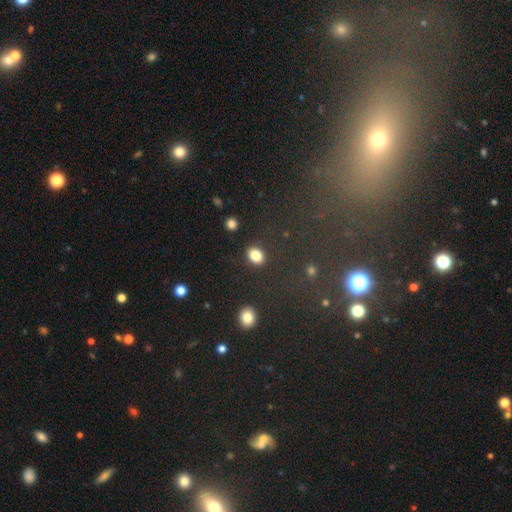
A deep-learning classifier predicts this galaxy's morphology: A smooth galaxy with no disk features (85%) that is in between round and cigar-shaped (66%).

Vote fractions:
- Smooth or featured? smooth: 85% / star or artifact: 10% / featured or disk: 6%
- How rounded? in between: 66% / round: 33% / cigar-shaped: 1%
- Merging? none: 86% / minor disturbance: 9% / major disturbance: 3% / merger: 2%